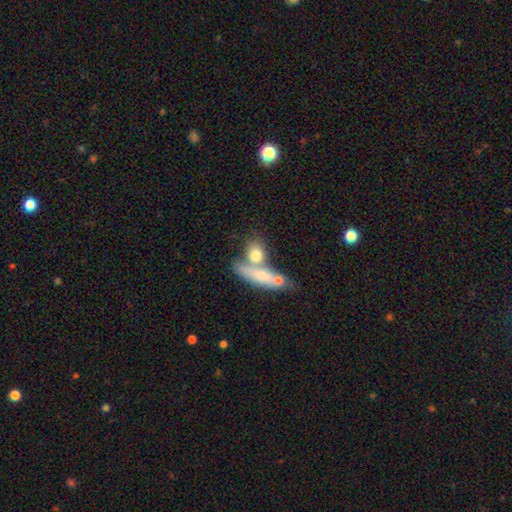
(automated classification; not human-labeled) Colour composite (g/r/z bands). It shows a smooth galaxy with no disk features (73%) that is in between round and cigar-shaped (37%). Merging: none (44%).